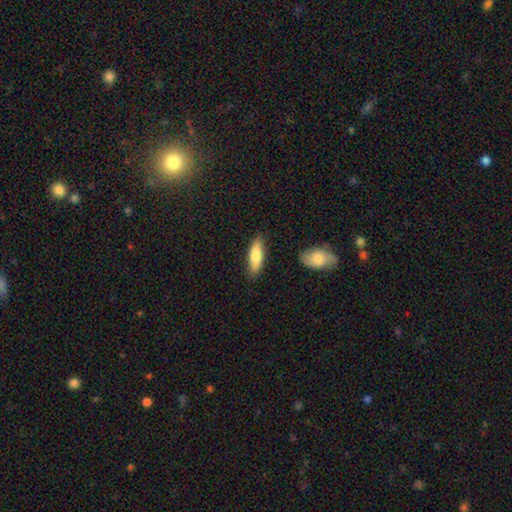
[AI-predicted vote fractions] A smooth galaxy with no disk features (78%) that is in between round and cigar-shaped (52%).

Vote fractions:
- Smooth or featured? smooth: 78% / featured or disk: 17% / star or artifact: 6%
- How rounded? in between: 52% / cigar-shaped: 47% / round: 2%
- Merging? none: 84% / minor disturbance: 11% / merger: 3% / major disturbance: 2%